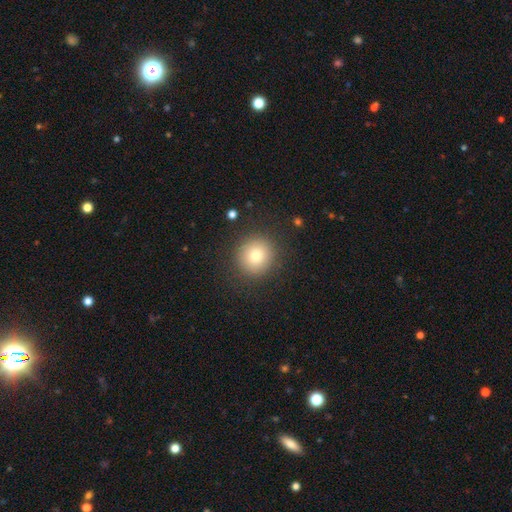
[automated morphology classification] This appears to be a smooth galaxy with no disk features (79%) that is round (91%). Merging: none (89%).